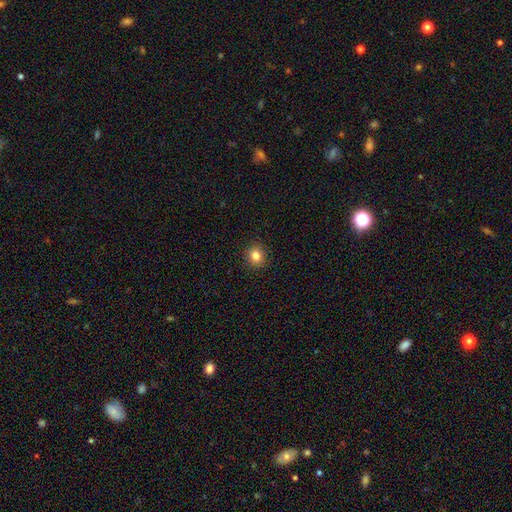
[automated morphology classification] Smooth or featured? Predicted: smooth (p=0.82). How rounded? Predicted: round (p=0.81). Merging? Predicted: none (p=0.91).